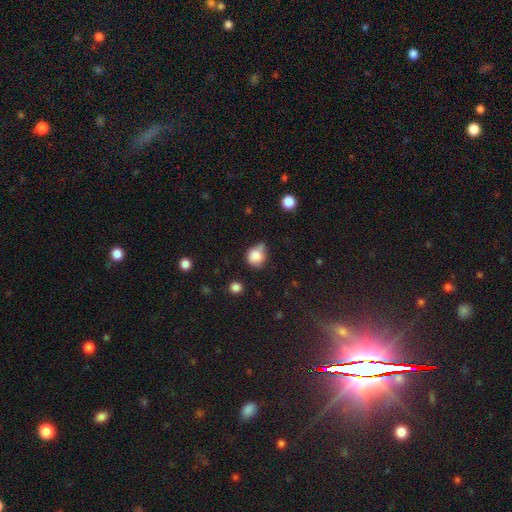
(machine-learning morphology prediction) Smooth or featured? smooth (82%)
How rounded? round (77%)
Merging? none (42%)